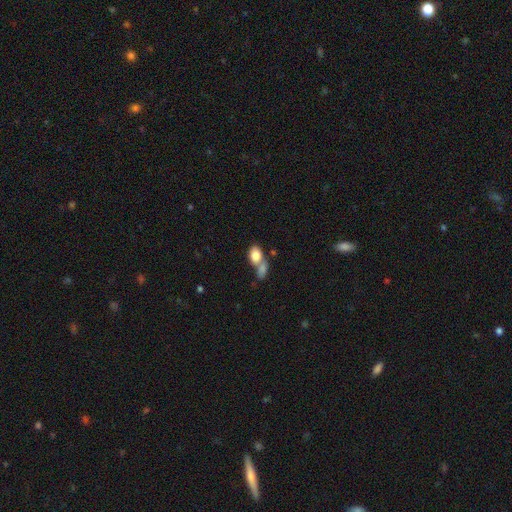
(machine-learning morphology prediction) A smooth galaxy with no disk features (81%) that is in between round and cigar-shaped (78%).

Vote fractions:
- Smooth or featured? smooth: 81% / featured or disk: 12% / star or artifact: 7%
- How rounded? in between: 78% / round: 19% / cigar-shaped: 2%
- Merging? merger: 58% / none: 26% / minor disturbance: 10% / major disturbance: 6%